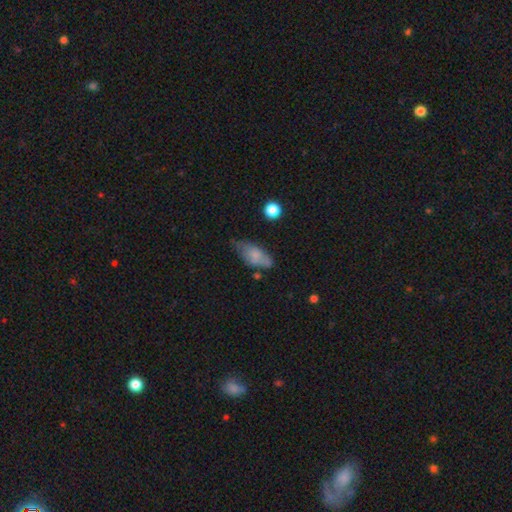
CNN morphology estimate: A smooth galaxy with no disk features (69%) that is in between round and cigar-shaped (85%).

Vote fractions:
- Smooth or featured? smooth: 69% / featured or disk: 23% / star or artifact: 8%
- How rounded? in between: 85% / cigar-shaped: 11% / round: 3%
- Merging? none: 43% / minor disturbance: 38% / major disturbance: 13% / merger: 6%